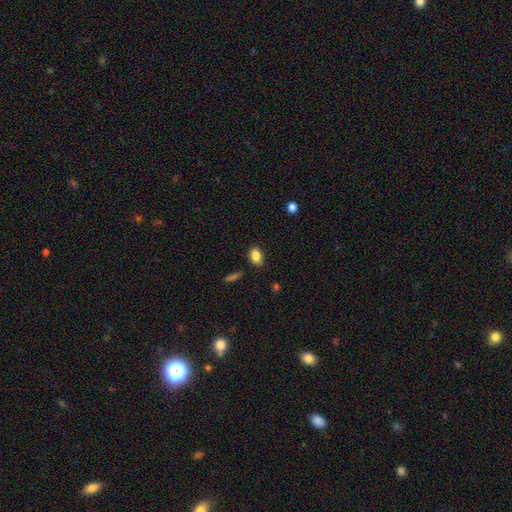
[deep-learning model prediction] Q: Smooth or featured?
A: smooth (86%); runner-up: star or artifact (9%)
Q: How rounded?
A: in between (82%); runner-up: round (16%)
Q: Merging?
A: none (78%); runner-up: minor disturbance (17%)